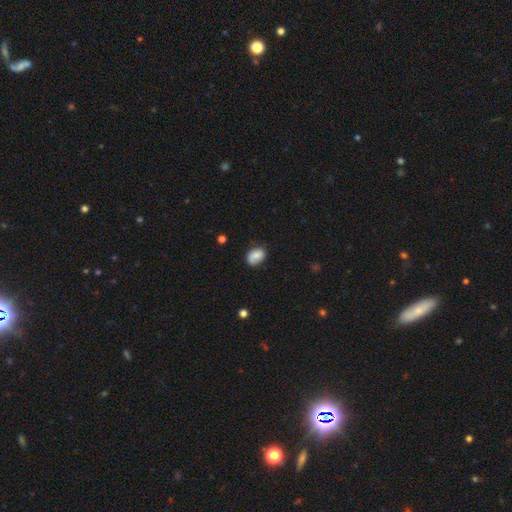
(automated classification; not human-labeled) Morphology: type=smooth (67%); roundness=in between (70%); merging=none (63%).